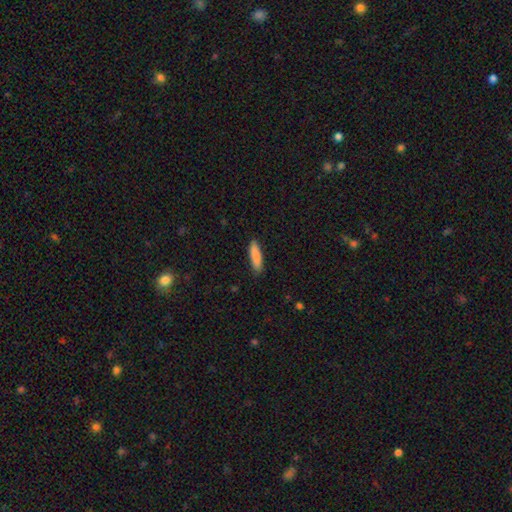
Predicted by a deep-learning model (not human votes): Smooth or featured? Predicted: smooth (p=0.87). How rounded? Predicted: cigar-shaped (p=0.75). Merging? Predicted: none (p=0.88).